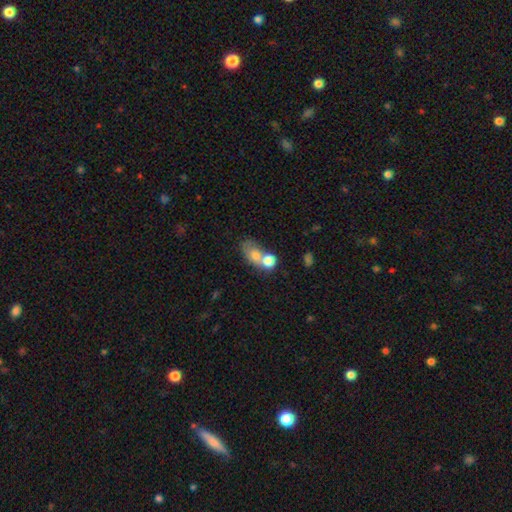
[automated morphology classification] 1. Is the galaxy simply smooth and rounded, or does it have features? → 71% smooth, 18% featured or disk, 11% star or artifact.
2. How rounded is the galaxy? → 61% in between, 36% round, 3% cigar-shaped.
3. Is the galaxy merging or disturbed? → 58% merger, 23% none, 10% minor disturbance, 9% major disturbance.